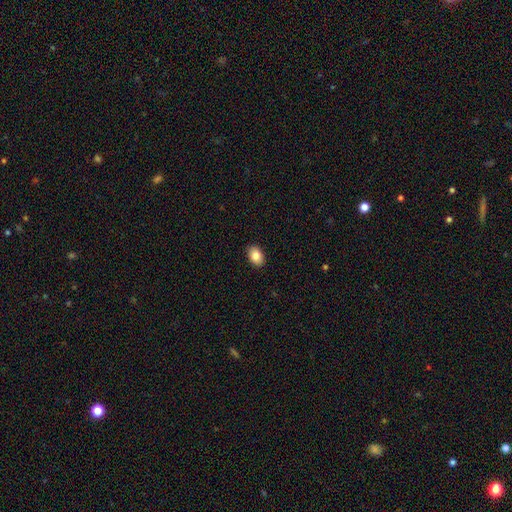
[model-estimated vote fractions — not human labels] Smooth or featured?
  - smooth: 86% *
  - star or artifact: 8%
  - featured or disk: 7%
How rounded?
  - in between: 85% *
  - round: 14%
  - cigar-shaped: 1%
Merging?
  - none: 90% *
  - minor disturbance: 7%
  - major disturbance: 2%
  - merger: 1%